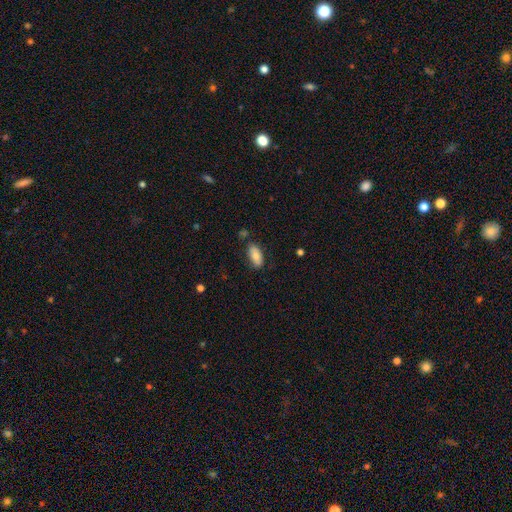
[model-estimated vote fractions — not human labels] A smooth galaxy with no disk features (79%) that is in between round and cigar-shaped (90%). Merging: none (80%).